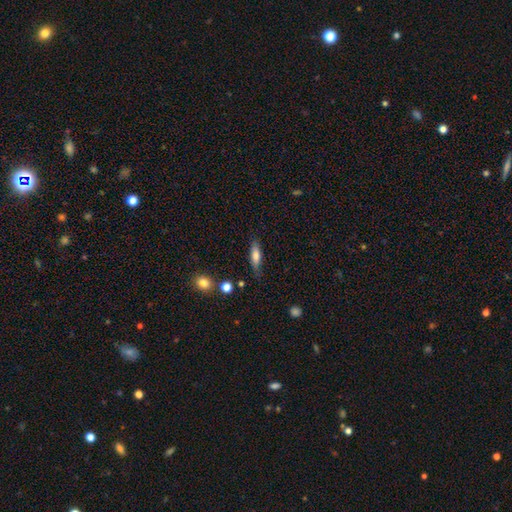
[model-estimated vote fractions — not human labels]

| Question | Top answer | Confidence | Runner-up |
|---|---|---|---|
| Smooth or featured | smooth | 72% | featured or disk (20%) |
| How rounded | cigar-shaped | 52% | in between (45%) |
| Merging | none | 75% | minor disturbance (18%) |